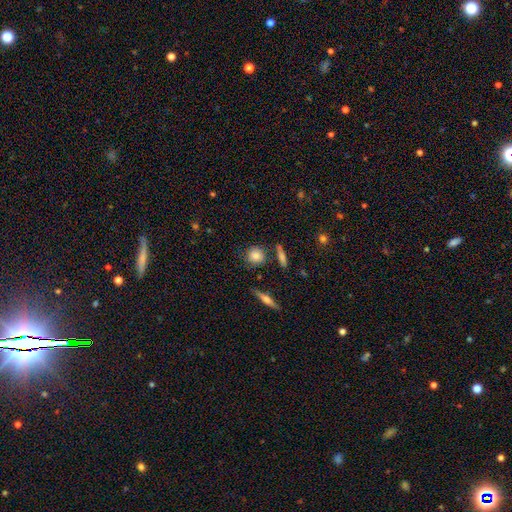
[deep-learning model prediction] smooth_or_featured: smooth (p=0.81) [alt: featured or disk p=0.11]
how_rounded: round (p=0.83) [alt: in between p=0.14]
merging: none (p=0.75) [alt: minor disturbance p=0.15]